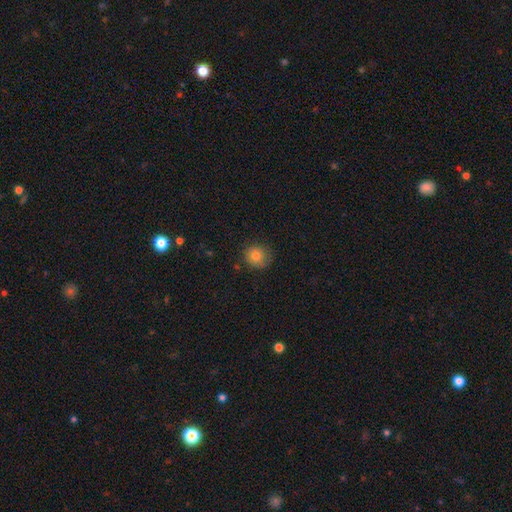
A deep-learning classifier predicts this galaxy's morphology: Overall: smooth (80%). How rounded: round (86%). Merging: none (79%).